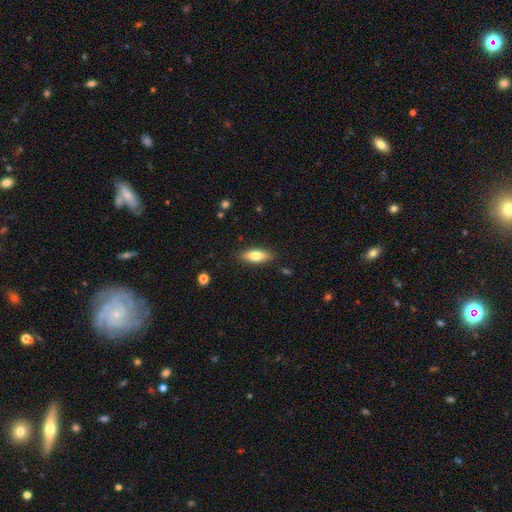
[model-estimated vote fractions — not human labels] A smooth galaxy with no disk features (71%) that is in between round and cigar-shaped (68%).

Vote fractions:
- Smooth or featured? smooth: 71% / featured or disk: 22% / star or artifact: 6%
- How rounded? in between: 68% / cigar-shaped: 30% / round: 2%
- Merging? none: 87% / minor disturbance: 10% / major disturbance: 2% / merger: 1%